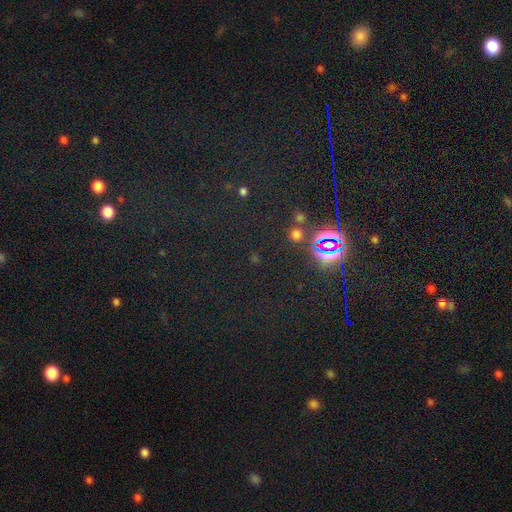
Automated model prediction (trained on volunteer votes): A star or artifact, not a galaxy (72%).